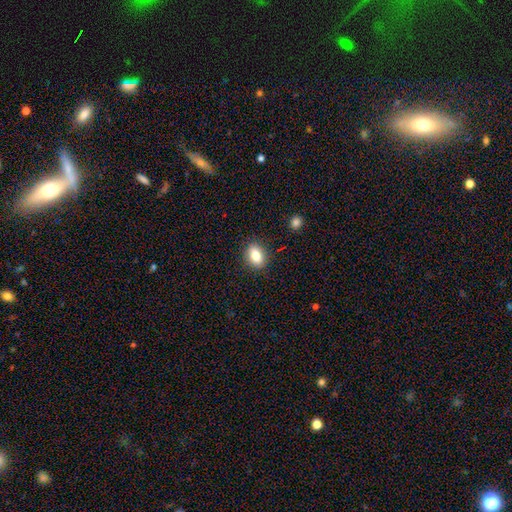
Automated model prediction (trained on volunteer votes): The model was most divided on "how rounded": in between: 78%, round: 19%, cigar-shaped: 3%. More confident: merging — none (87%); smooth or featured — smooth (81%).